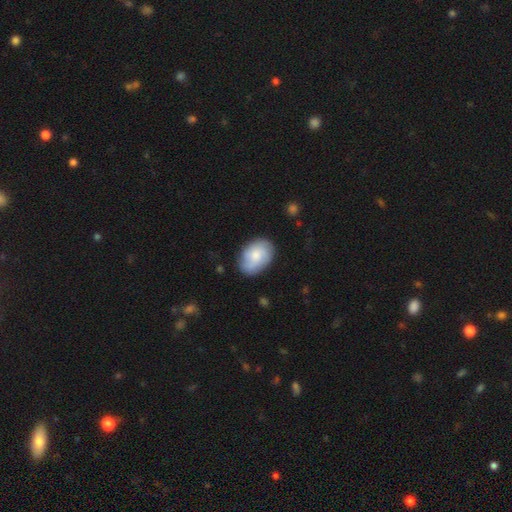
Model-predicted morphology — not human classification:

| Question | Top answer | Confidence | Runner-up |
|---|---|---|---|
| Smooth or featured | smooth | 62% | featured or disk (32%) |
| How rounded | in between | 79% | round (20%) |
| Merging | none | 76% | minor disturbance (18%) |